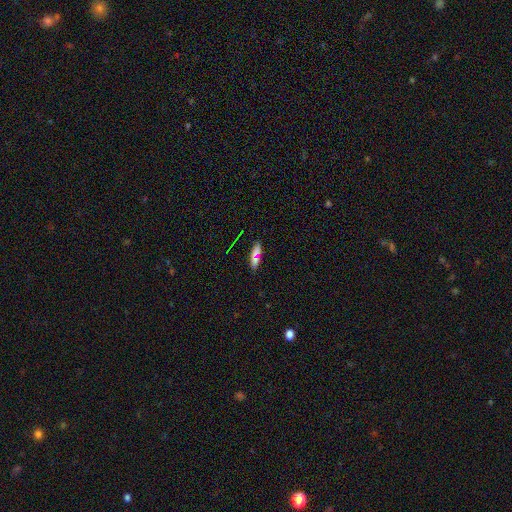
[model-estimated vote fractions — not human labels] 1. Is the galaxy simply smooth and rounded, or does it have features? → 69% smooth, 17% star or artifact, 15% featured or disk.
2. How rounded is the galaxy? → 50% cigar-shaped, 45% in between, 5% round.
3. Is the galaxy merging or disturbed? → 75% none, 12% minor disturbance, 8% merger, 4% major disturbance.